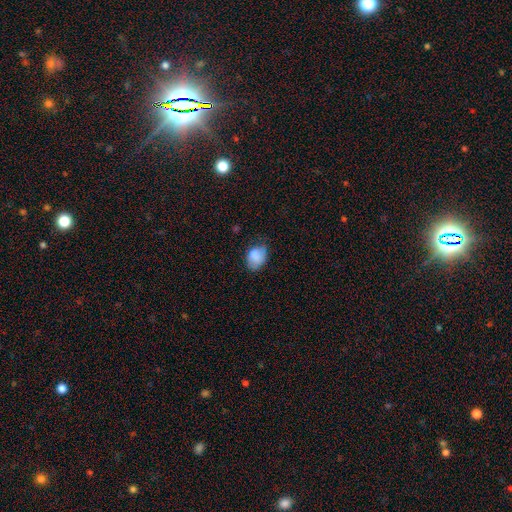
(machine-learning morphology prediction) This appears to be a smooth galaxy with no disk features (82%) that is in between round and cigar-shaped (67%). Merging: none (57%).